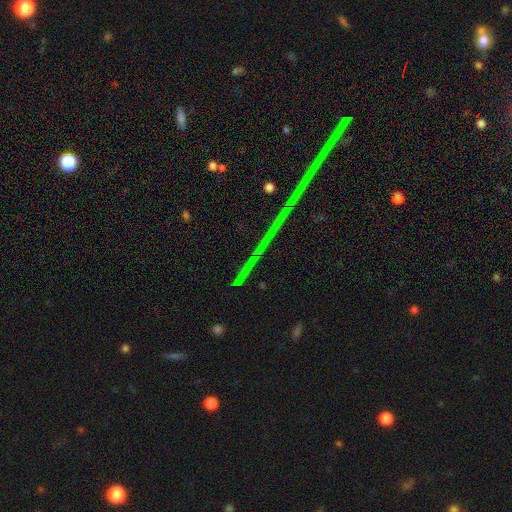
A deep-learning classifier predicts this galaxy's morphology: smooth-or-featured: star or artifact: 81% | featured or disk: 12% | smooth: 7%